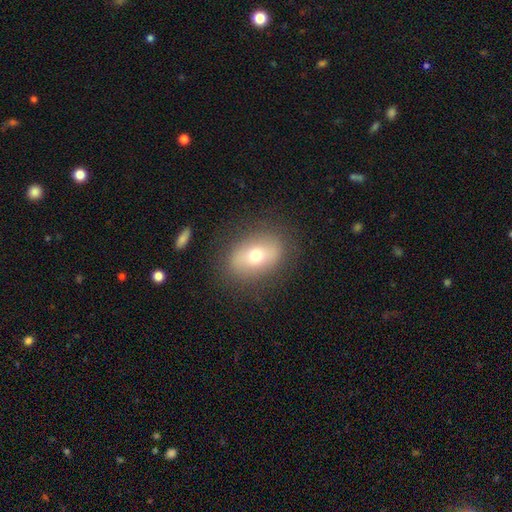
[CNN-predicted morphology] smooth_or_featured: smooth (p=0.61) [alt: featured or disk p=0.30]
how_rounded: in between (p=0.74) [alt: round p=0.24]
merging: none (p=0.82) [alt: minor disturbance p=0.12]